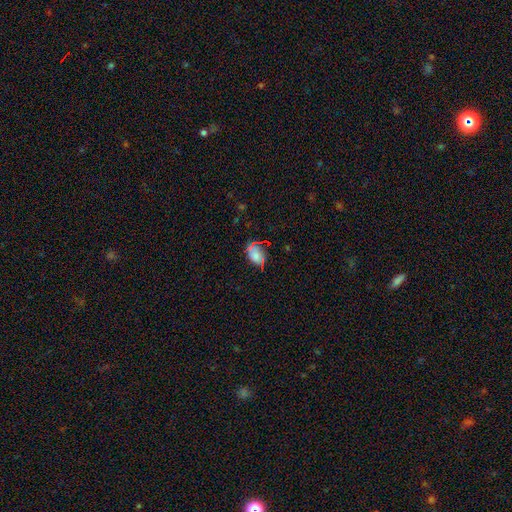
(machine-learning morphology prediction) Smooth or featured? Predicted: smooth (p=0.65). How rounded? Predicted: in between (p=0.79). Merging? Predicted: none (p=0.62).